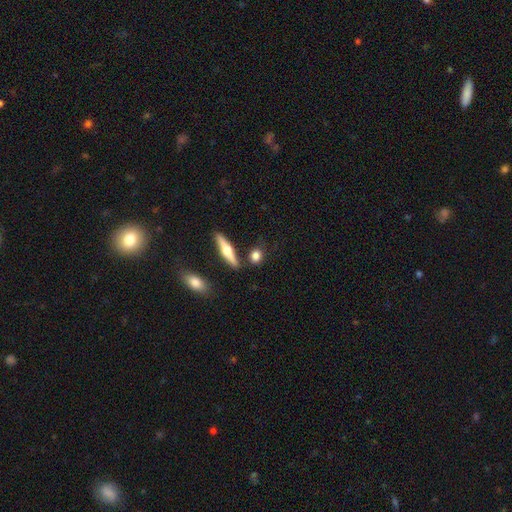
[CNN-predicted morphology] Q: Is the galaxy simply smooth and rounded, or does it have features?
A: smooth — 73%.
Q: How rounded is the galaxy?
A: round — 52%.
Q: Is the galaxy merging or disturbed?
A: none — 76%.